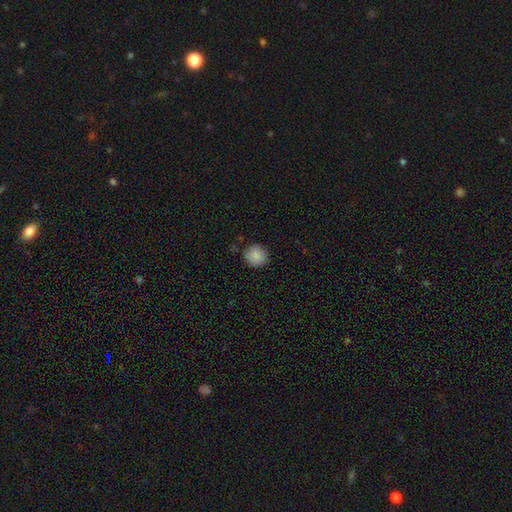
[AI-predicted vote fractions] smooth 88%, star or artifact 8%, featured or disk 4%. Down the decision tree: how rounded — round (89%); merging — none (84%).